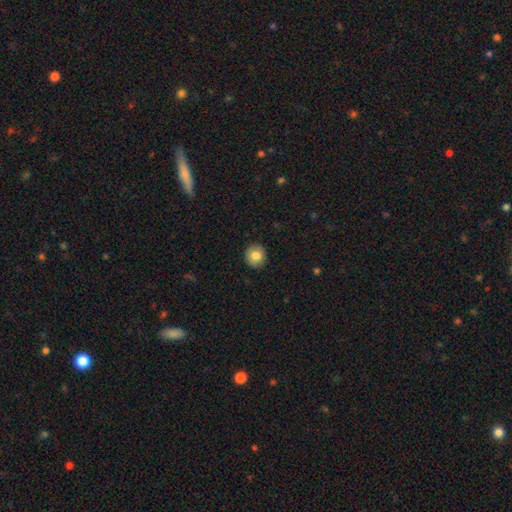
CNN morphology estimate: This appears to be a smooth galaxy with no disk features (81%) that is round (85%). Merging: none (91%).